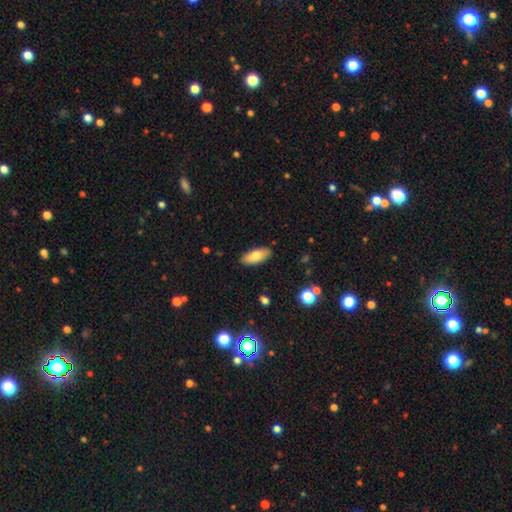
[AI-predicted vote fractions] smooth_or_featured: smooth (p=0.79) [alt: featured or disk p=0.14]
how_rounded: in between (p=0.84) [alt: cigar-shaped p=0.13]
merging: none (p=0.88) [alt: minor disturbance p=0.09]